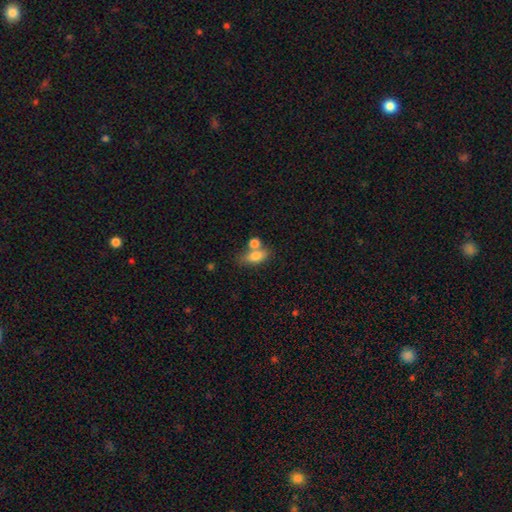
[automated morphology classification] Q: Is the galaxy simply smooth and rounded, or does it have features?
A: smooth — 78%.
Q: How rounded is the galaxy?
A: in between — 80%.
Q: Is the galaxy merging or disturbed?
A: none — 44%.